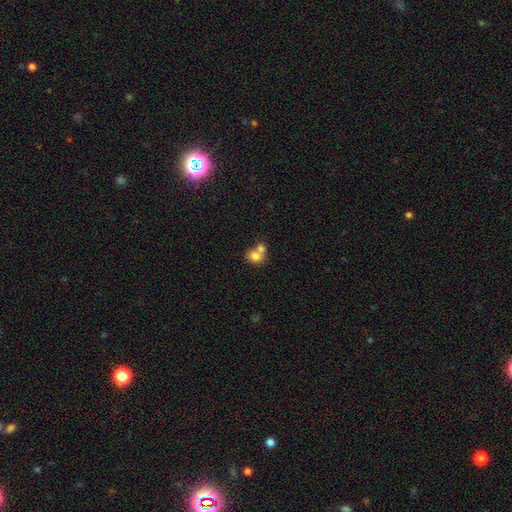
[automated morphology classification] Smooth or featured? smooth (76%)
How rounded? round (61%)
Merging? merger (63%)